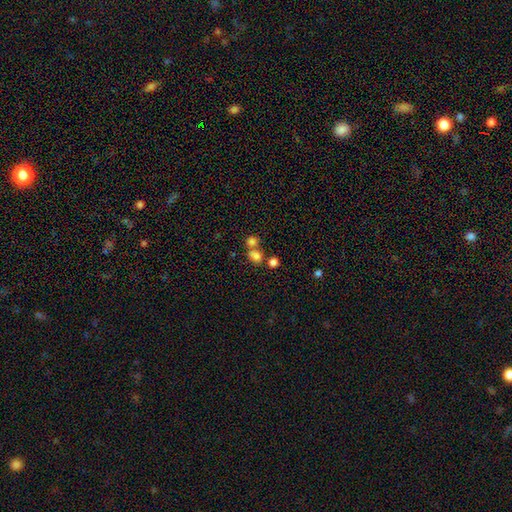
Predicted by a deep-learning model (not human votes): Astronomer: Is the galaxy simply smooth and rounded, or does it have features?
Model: smooth — 76%.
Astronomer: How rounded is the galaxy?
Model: round — 60% (runner-up: in between, 38%).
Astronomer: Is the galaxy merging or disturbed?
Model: merger — 44% (runner-up: none, 43%).